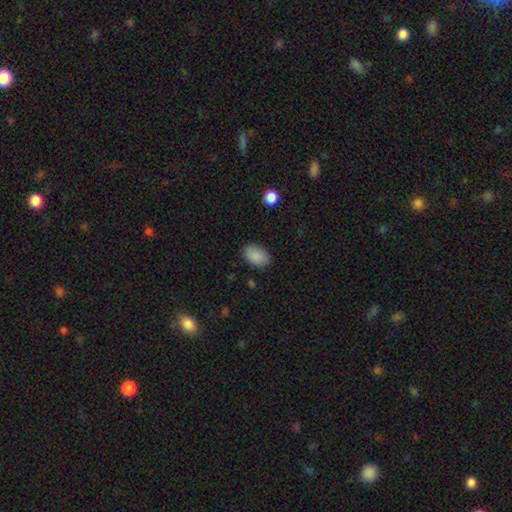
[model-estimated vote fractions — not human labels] A smooth galaxy with no disk features (89%) that is in between round and cigar-shaped (88%).

Vote fractions:
- Smooth or featured? smooth: 89% / star or artifact: 8% / featured or disk: 4%
- How rounded? in between: 88% / round: 11% / cigar-shaped: 1%
- Merging? none: 83% / minor disturbance: 12% / major disturbance: 3% / merger: 1%